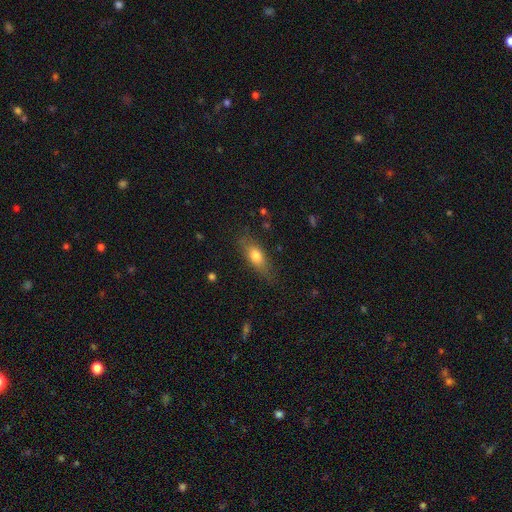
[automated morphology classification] This appears to be a smooth galaxy with no disk features (72%) that is in between round and cigar-shaped (69%). Merging: none (75%).